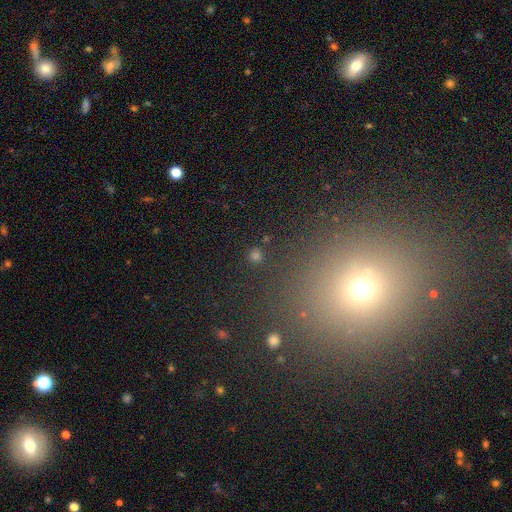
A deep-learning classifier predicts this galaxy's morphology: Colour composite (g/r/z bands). It shows a smooth galaxy with no disk features (70%) that is round (92%). Merging: none (87%).